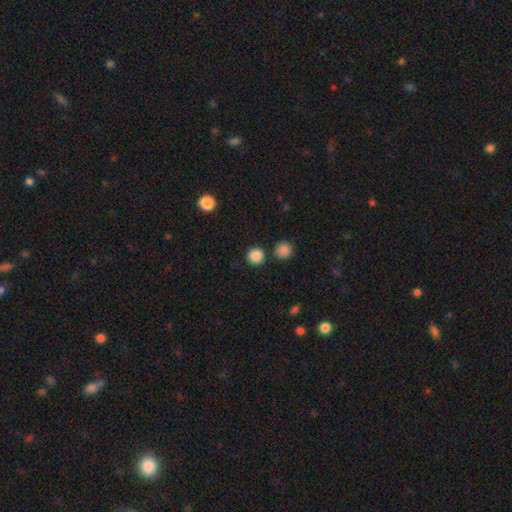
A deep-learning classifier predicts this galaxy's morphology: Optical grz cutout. It shows a smooth galaxy with no disk features (86%) that is round (93%). Merging: none (84%).